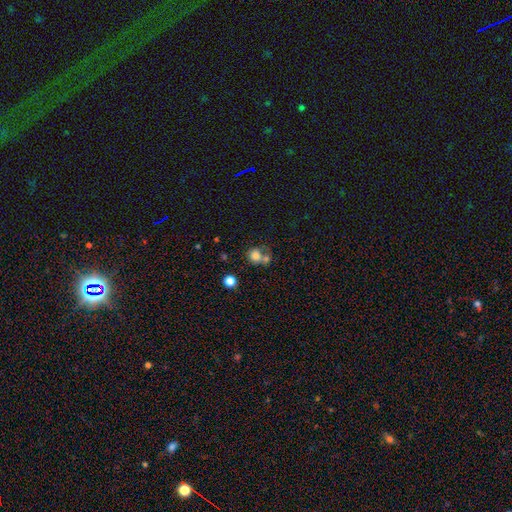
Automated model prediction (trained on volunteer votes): Q: Smooth or featured?
A: smooth (76%); runner-up: star or artifact (12%)
Q: How rounded?
A: round (82%); runner-up: in between (17%)
Q: Merging?
A: merger (43%); runner-up: none (41%)